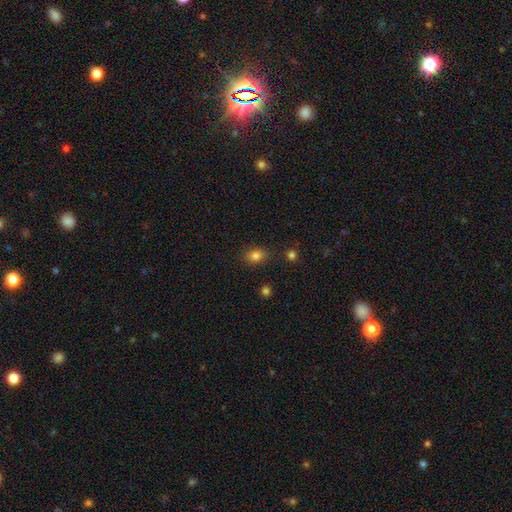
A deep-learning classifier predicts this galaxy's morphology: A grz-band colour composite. It shows a smooth galaxy with no disk features (82%) that is in between round and cigar-shaped (58%). Merging: none (83%).